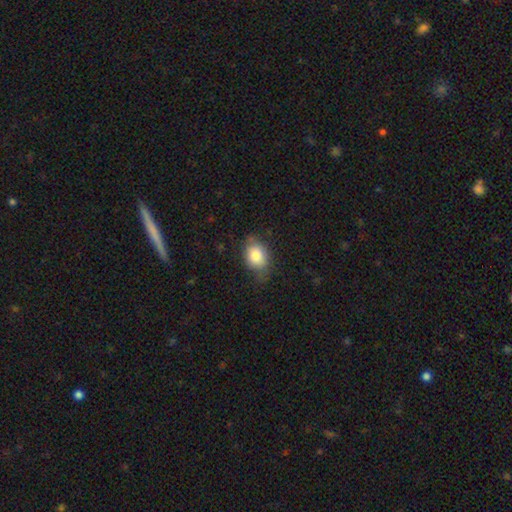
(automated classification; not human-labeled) The model was most divided on "merging": none: 65%, minor disturbance: 27%, major disturbance: 7%, merger: 1%. More confident: smooth or featured — smooth (82%); how rounded — in between (71%).